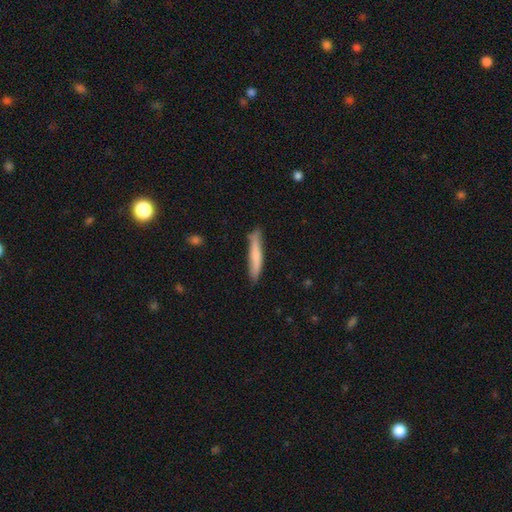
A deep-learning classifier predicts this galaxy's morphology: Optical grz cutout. It shows a smooth galaxy with no disk features (67%) that is cigar-shaped (92%). Merging: none (81%).